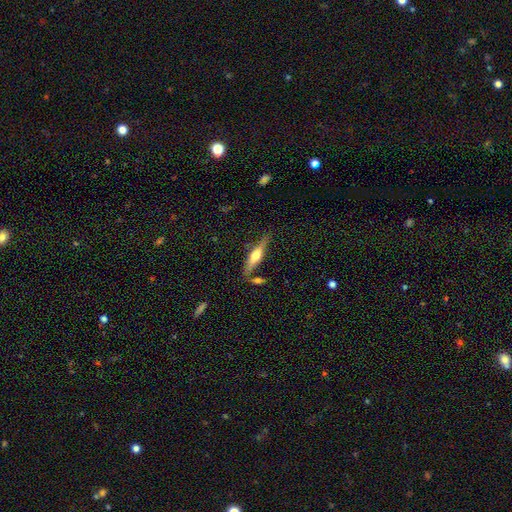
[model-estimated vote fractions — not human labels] Smooth or featured: featured or disk — 60% (smooth — 34%)
Edge-on disk: yes — 94% (no — 6%)
Edge-on bulge: rounded — 89% (boxy — 7%)
Merging: none — 71% (minor disturbance — 15%)